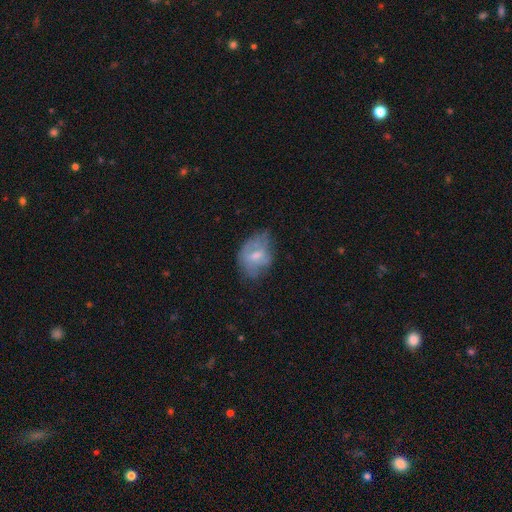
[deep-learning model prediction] smooth-or-featured: smooth: 47% | featured or disk: 44% | star or artifact: 8%
  merging: none: 46% | minor disturbance: 33% | major disturbance: 18% | merger: 2%